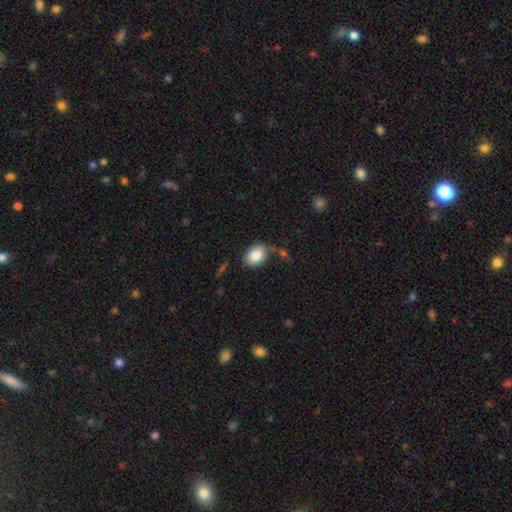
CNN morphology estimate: Q: Smooth or featured?
A: smooth (83%); runner-up: featured or disk (9%)
Q: How rounded?
A: in between (71%); runner-up: round (28%)
Q: Merging?
A: none (64%); runner-up: minor disturbance (20%)